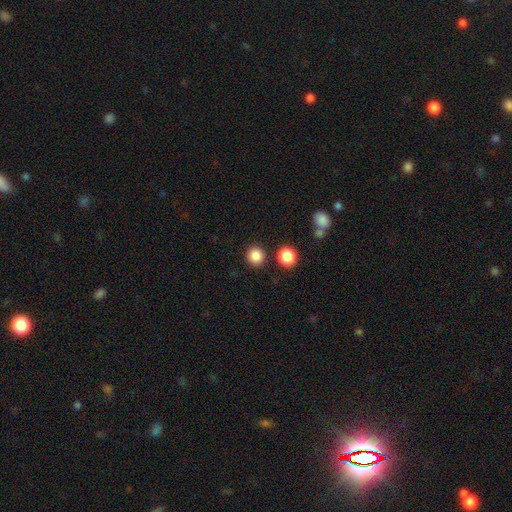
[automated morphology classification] Smooth or featured: smooth — 86% (star or artifact — 11%)
How rounded: round — 90% (in between — 9%)
Merging: none — 87% (minor disturbance — 6%)